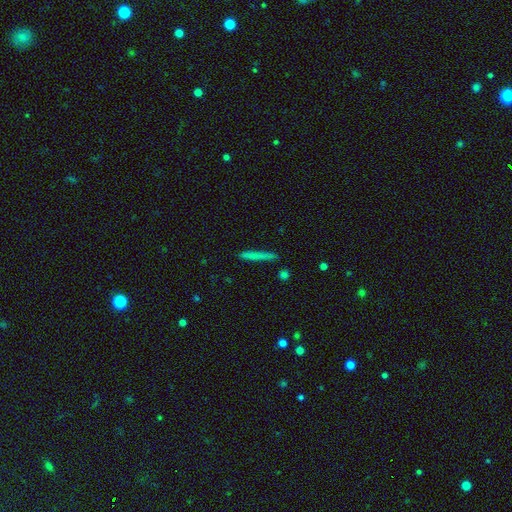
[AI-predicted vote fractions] Overall: smooth (70%). How rounded: cigar-shaped (95%). Merging: none (87%).